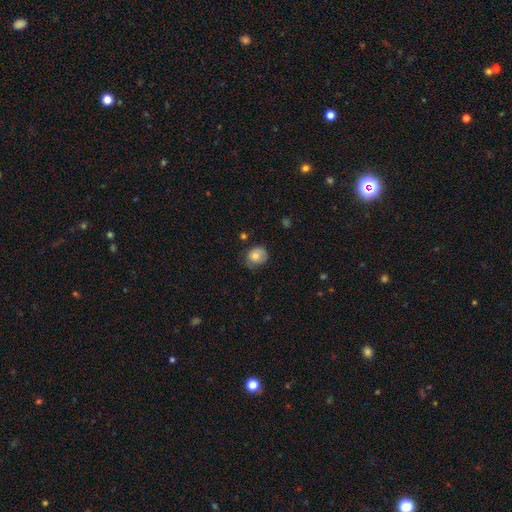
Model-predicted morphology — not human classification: Smooth or featured: smooth — 76% (featured or disk — 15%)
How rounded: round — 67% (in between — 32%)
Merging: none — 56% (minor disturbance — 32%)